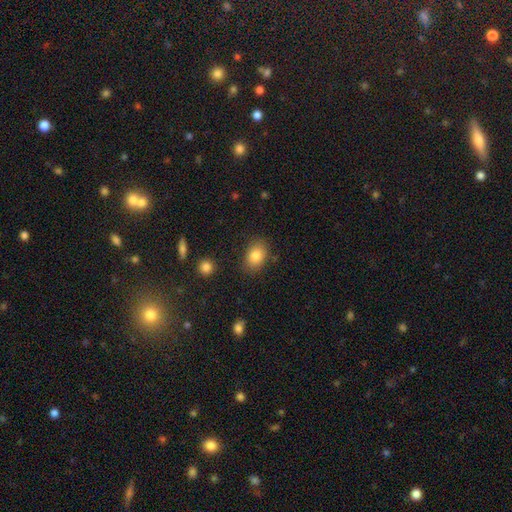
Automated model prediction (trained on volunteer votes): smooth-or-featured: smooth: 83% | star or artifact: 9% | featured or disk: 8%
  how-rounded: in between: 74% | round: 25% | cigar-shaped: 1%
  merging: none: 82% | minor disturbance: 12% | major disturbance: 3% | merger: 2%